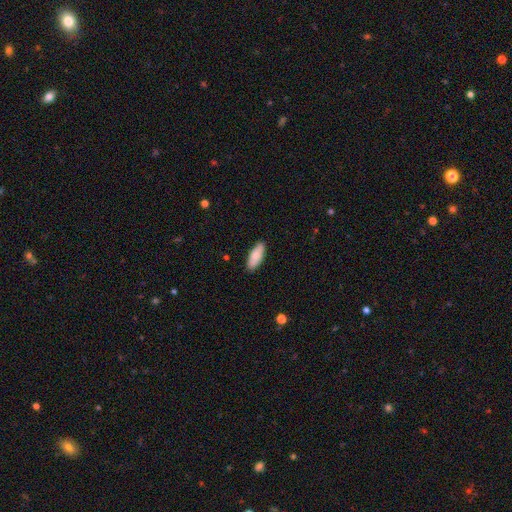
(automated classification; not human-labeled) Smooth or featured? Predicted: smooth (p=0.80). How rounded? Predicted: in between (p=0.74). Merging? Predicted: none (p=0.87).